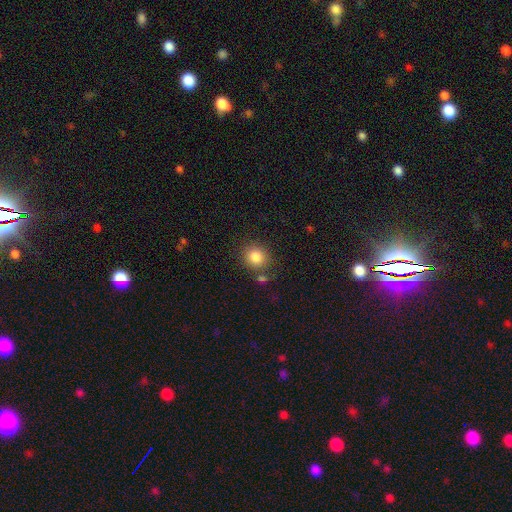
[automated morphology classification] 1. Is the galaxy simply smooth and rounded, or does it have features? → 83% smooth, 10% star or artifact, 6% featured or disk.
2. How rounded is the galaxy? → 81% round, 18% in between, 1% cigar-shaped.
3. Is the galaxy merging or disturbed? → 77% none, 11% minor disturbance, 9% merger, 4% major disturbance.